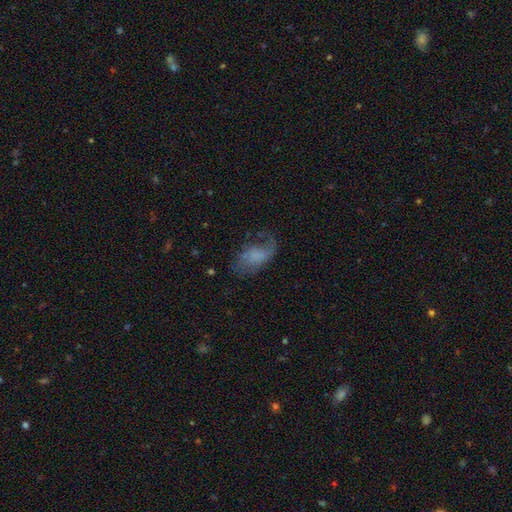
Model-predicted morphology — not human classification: smooth_or_featured: featured or disk (p=0.48) [alt: smooth p=0.42]
merging: none (p=0.41) [alt: major disturbance p=0.32]